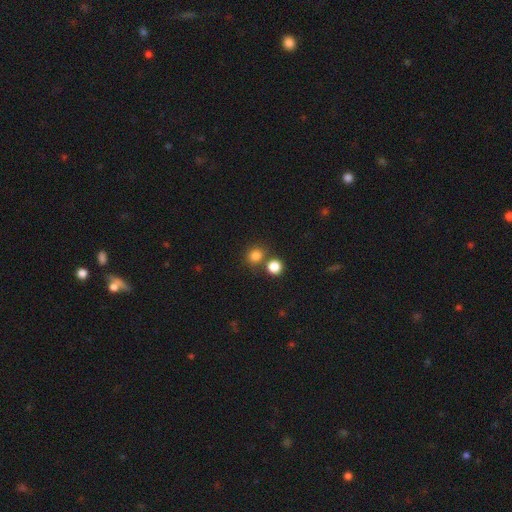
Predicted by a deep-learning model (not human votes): Overall: smooth (81%). How rounded: round (83%). Merging: none (69%).